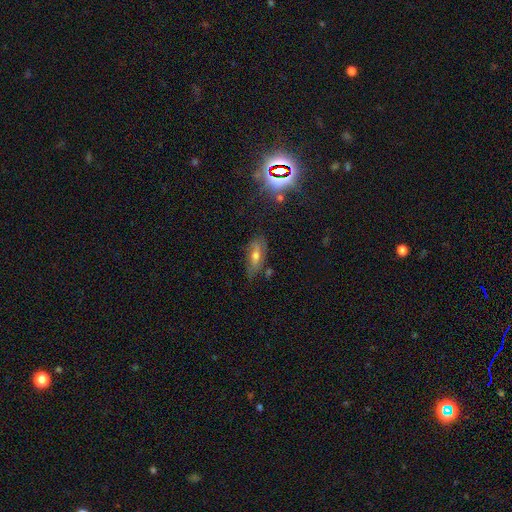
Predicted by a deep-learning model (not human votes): Smooth or featured? featured or disk (43%)
Merging? none (64%)